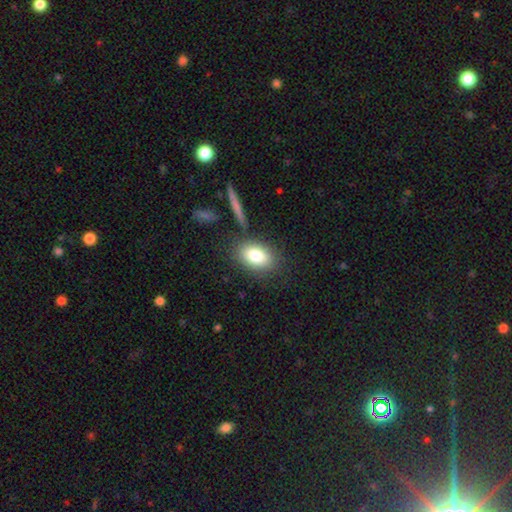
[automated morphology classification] This appears to be a smooth galaxy with no disk features (81%) that is in between round and cigar-shaped (82%). Merging: none (78%).